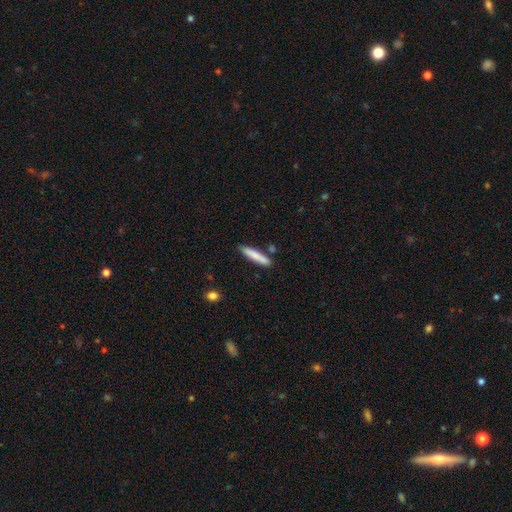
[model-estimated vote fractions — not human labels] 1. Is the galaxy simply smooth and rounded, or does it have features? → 80% smooth, 14% featured or disk, 6% star or artifact.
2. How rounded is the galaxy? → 90% cigar-shaped, 9% in between, 1% round.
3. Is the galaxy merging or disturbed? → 81% none, 11% minor disturbance, 5% merger, 2% major disturbance.